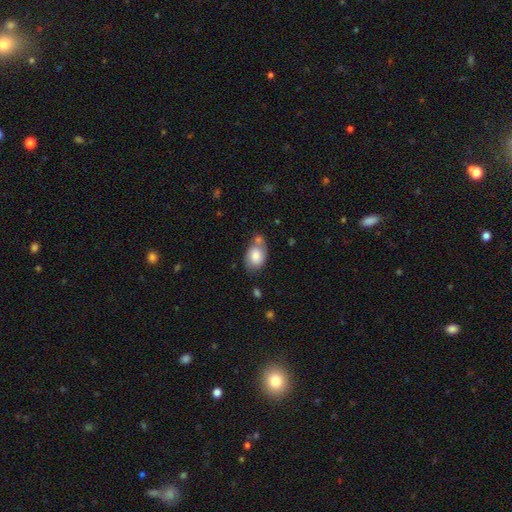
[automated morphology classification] This appears to be a smooth galaxy with no disk features (76%) that is in between round and cigar-shaped (80%). Merging: none (47%).